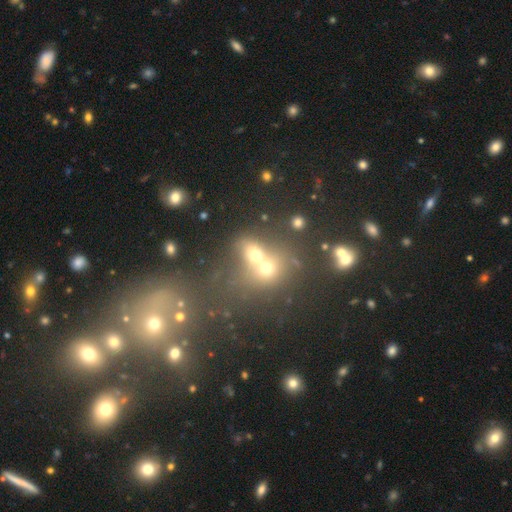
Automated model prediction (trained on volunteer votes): smooth_or_featured: smooth (p=0.62) [alt: star or artifact p=0.21]
how_rounded: round (p=0.60) [alt: in between p=0.38]
merging: merger (p=0.60) [alt: none p=0.28]